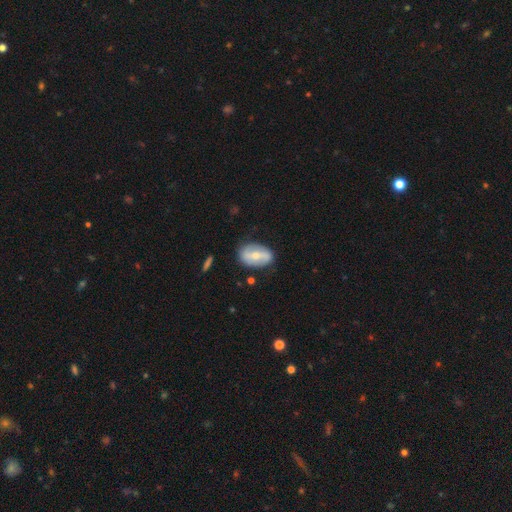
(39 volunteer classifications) Smooth or featured? 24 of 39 (62%) said featured or disk. Edge-on disk? 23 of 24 (96%) said no. Bar? 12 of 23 (52%) said strong. Spiral arms? 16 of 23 (70%) said no. Bulge size? 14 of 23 (61%) said moderate. Merging? 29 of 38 (76%) said none.